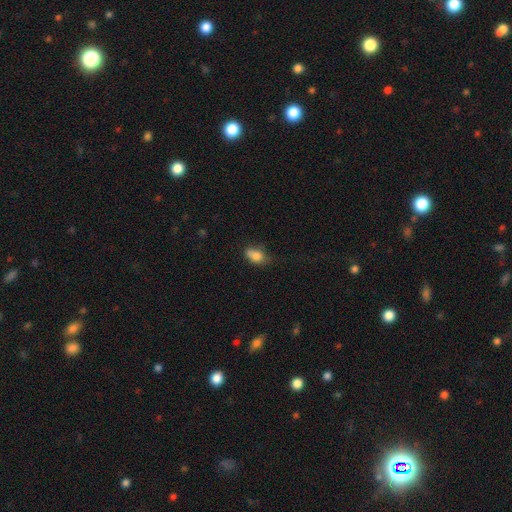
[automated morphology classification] A smooth galaxy with no disk features (77%) that is in between round and cigar-shaped (77%). Merging: none (42%).